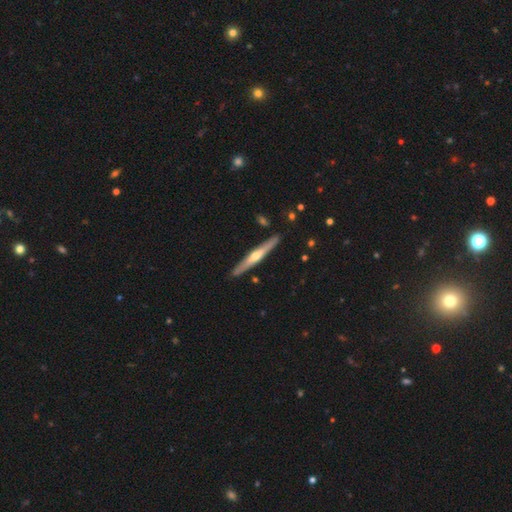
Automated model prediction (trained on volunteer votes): Overall: featured or disk (66%; smooth 29%). Edge-on disk: yes (96%). Edge-on bulge: rounded (83%). Merging: none (90%).